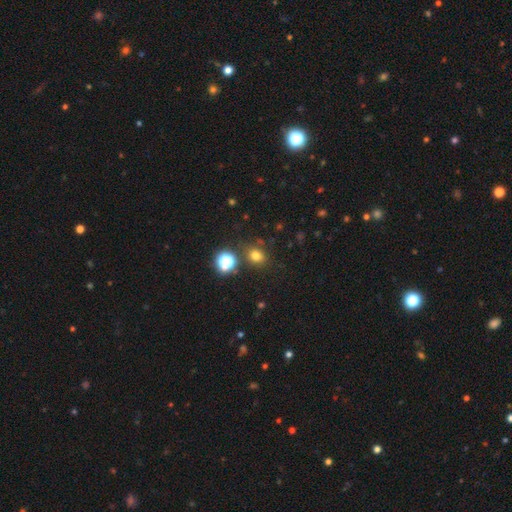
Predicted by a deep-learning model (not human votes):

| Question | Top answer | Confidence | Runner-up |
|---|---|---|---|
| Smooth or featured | smooth | 72% | star or artifact (21%) |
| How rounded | round | 61% | in between (38%) |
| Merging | none | 78% | minor disturbance (11%) |